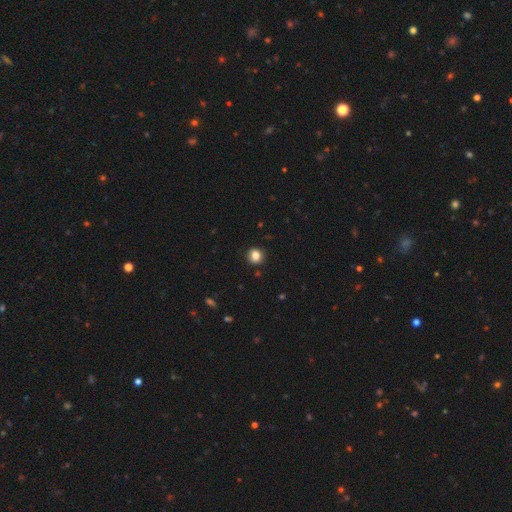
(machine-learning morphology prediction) This appears to be a smooth galaxy with no disk features (84%) that is round (87%). Merging: none (91%).